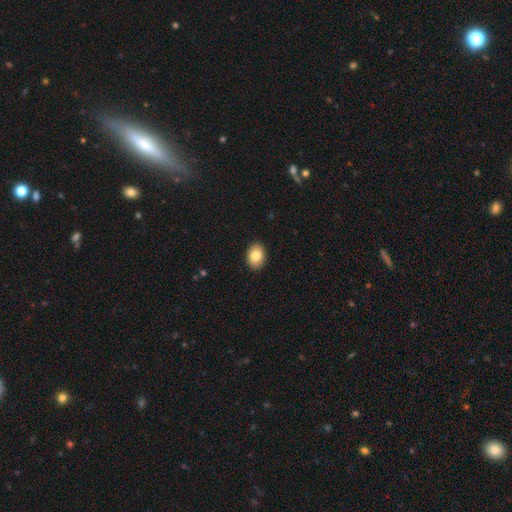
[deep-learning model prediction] smooth 83%, featured or disk 10%, star or artifact 8%. Down the decision tree: how rounded — in between (75%); merging — none (91%).